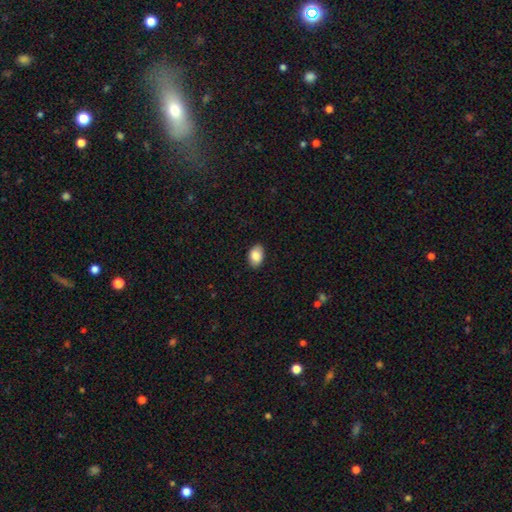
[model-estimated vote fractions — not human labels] smooth 87%, star or artifact 7%, featured or disk 6%. Down the decision tree: how rounded — in between (87%); merging — none (87%).